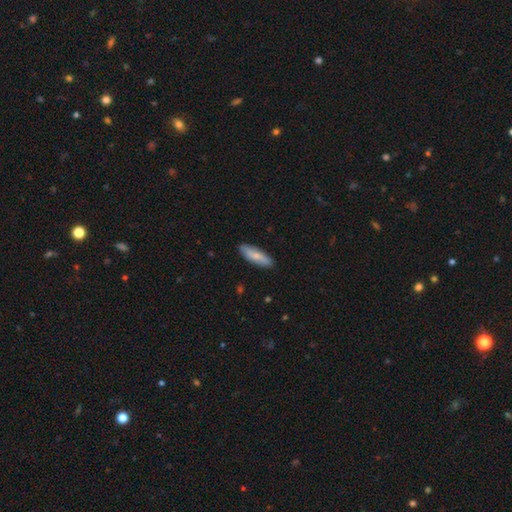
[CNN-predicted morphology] Smooth or featured? Predicted: smooth (p=0.75). How rounded? Predicted: cigar-shaped (p=0.51). Merging? Predicted: none (p=0.88).